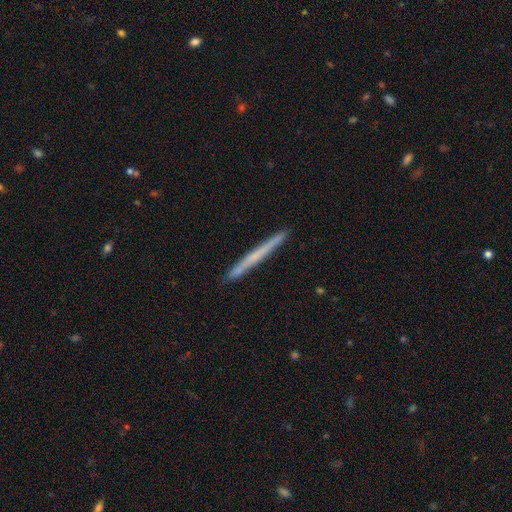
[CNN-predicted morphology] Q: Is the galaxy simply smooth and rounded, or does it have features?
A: smooth — 50%.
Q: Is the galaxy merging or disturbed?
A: none — 91%.